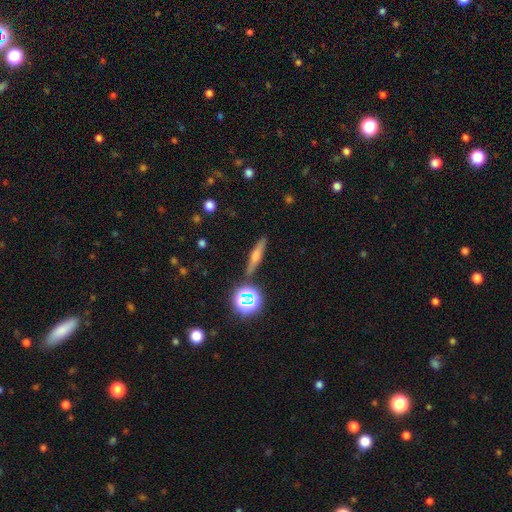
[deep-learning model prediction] Smooth or featured?
  - featured or disk: 48% *
  - smooth: 37%
  - star or artifact: 15%
Merging?
  - none: 88% *
  - minor disturbance: 8%
  - merger: 3%
  - major disturbance: 2%